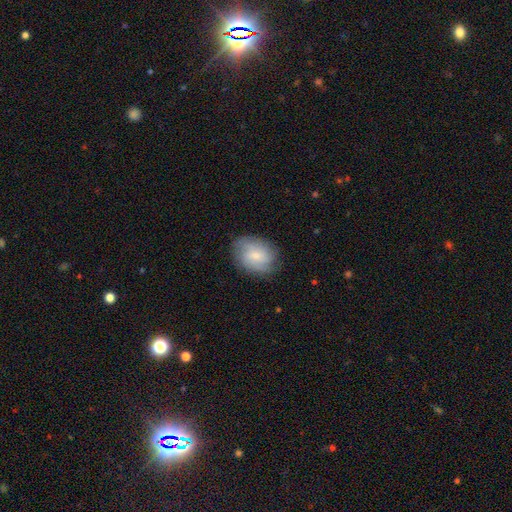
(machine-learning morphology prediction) Smooth or featured: smooth — 57% (featured or disk — 36%)
How rounded: in between — 60% (round — 38%)
Merging: none — 78% (minor disturbance — 16%)